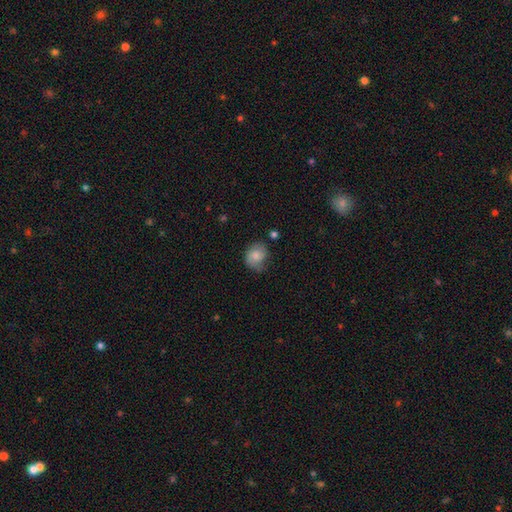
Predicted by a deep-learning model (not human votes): Smooth or featured? Predicted: smooth (p=0.74). How rounded? Predicted: round (p=0.63). Merging? Predicted: none (p=0.58).